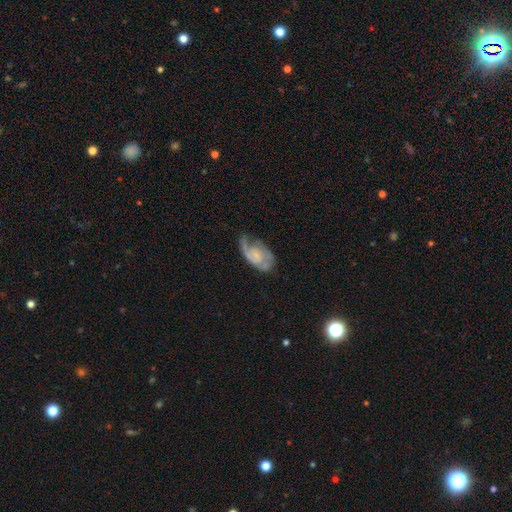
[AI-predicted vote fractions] Smooth or featured? Predicted: featured or disk (p=0.71). Edge-on disk? Predicted: no (p=0.97). Bar? Predicted: no (p=0.68). Spiral arms? Predicted: yes (p=0.85). Spiral winding? Predicted: medium (p=0.42). Spiral arm count? Predicted: 2 (p=0.53). Bulge size? Predicted: small (p=0.40). Merging? Predicted: none (p=0.46).